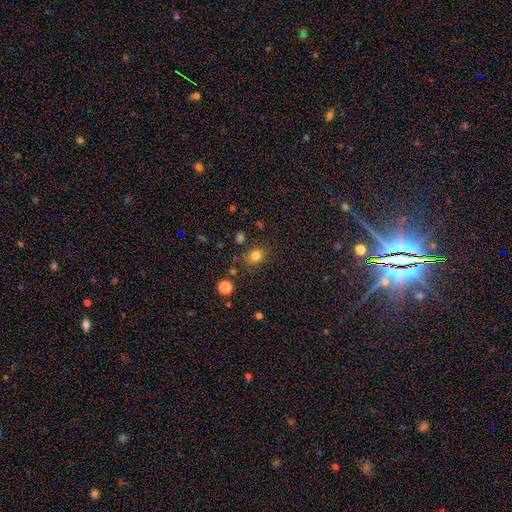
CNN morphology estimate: type=smooth (79%); roundness=round (52%); merging=none (76%).